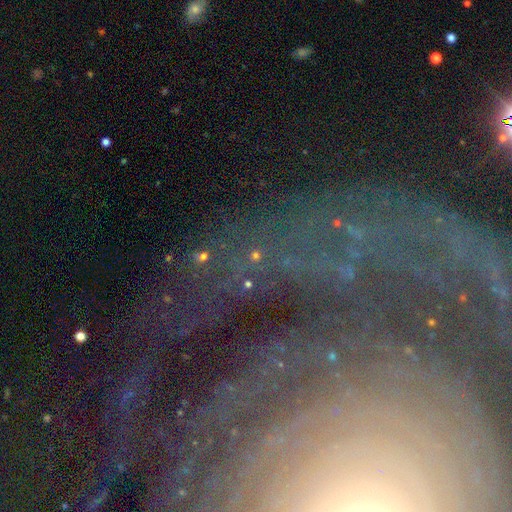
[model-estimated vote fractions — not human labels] smooth_or_featured: star or artifact (p=0.64) [alt: smooth p=0.19]